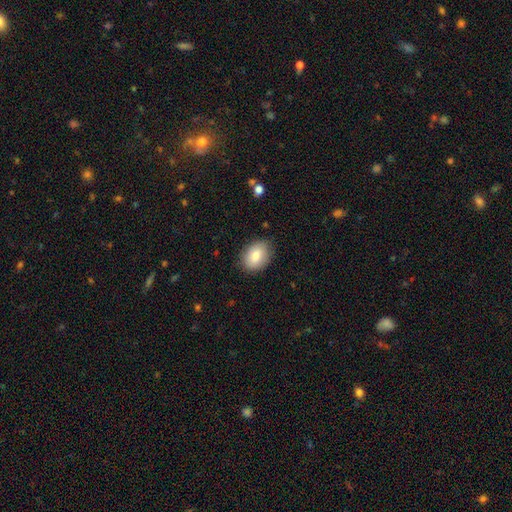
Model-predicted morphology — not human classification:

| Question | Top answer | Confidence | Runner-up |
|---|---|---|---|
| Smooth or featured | smooth | 81% | featured or disk (12%) |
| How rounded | in between | 72% | round (27%) |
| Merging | none | 83% | minor disturbance (13%) |